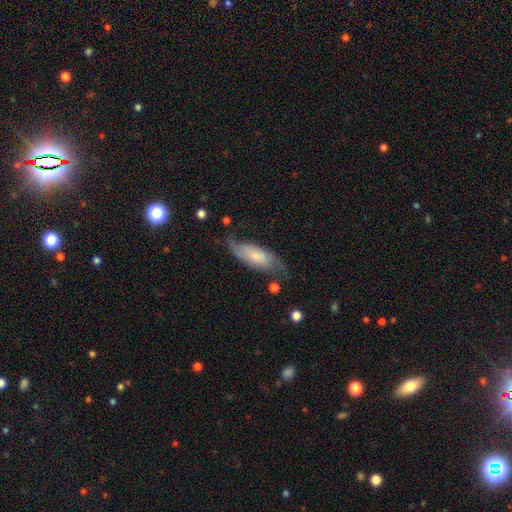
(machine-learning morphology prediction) Overall: featured or disk (60%; smooth 33%). Edge-on disk: no (87%). Bar: no (59%; weak 30%). Spiral arms: yes (90%). Bulge size: small (49%; moderate 26%). Merging: none (56%; minor disturbance 27%).